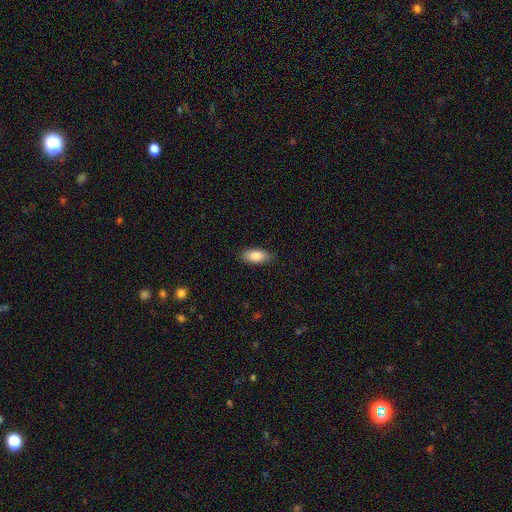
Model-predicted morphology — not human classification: Smooth or featured? smooth (86%)
How rounded? in between (87%)
Merging? none (87%)